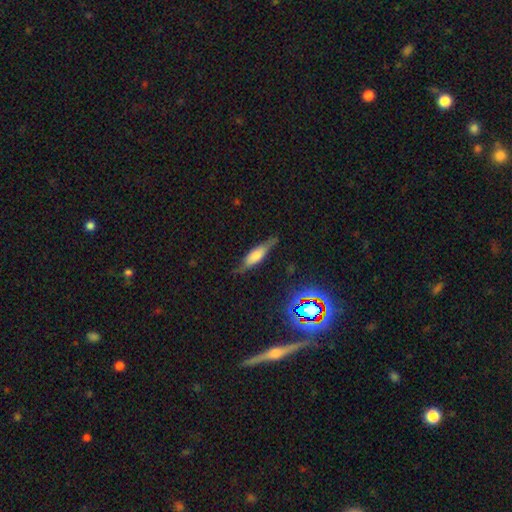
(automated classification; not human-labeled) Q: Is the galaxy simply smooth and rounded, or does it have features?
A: smooth — 49%.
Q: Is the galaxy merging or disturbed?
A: none — 70%.